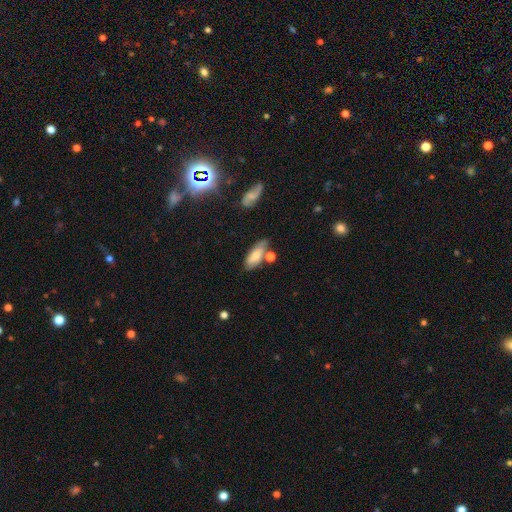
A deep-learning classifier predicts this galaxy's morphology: type=smooth (68%); roundness=in between (77%); merging=none (60%).